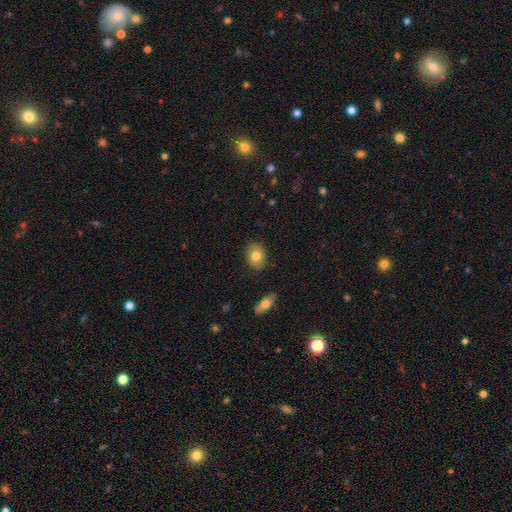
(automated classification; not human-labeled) smooth 79%, featured or disk 13%, star or artifact 8%. Down the decision tree: how rounded — in between (68%); merging — none (87%).